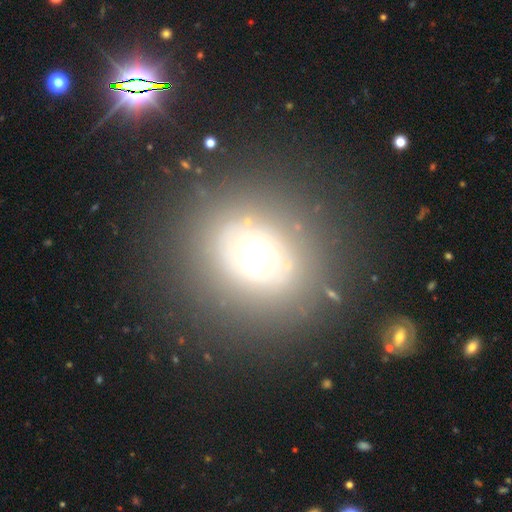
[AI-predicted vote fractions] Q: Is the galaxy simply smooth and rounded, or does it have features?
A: featured or disk — 36%, tied with smooth.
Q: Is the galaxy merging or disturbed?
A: none — 79%.